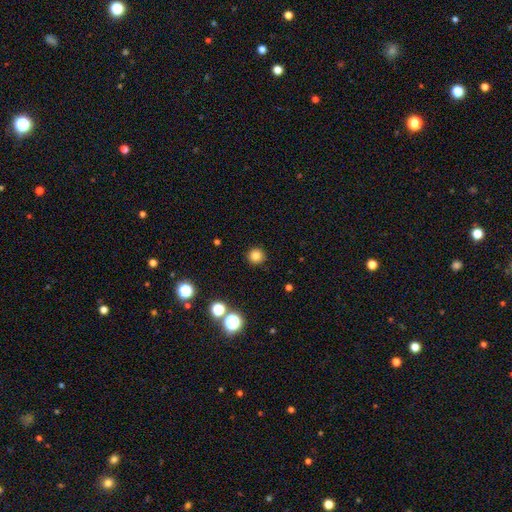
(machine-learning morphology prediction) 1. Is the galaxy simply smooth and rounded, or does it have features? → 81% smooth, 14% star or artifact, 5% featured or disk.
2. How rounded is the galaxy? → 95% round, 4% in between, 1% cigar-shaped.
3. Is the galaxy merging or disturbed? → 92% none, 5% minor disturbance, 2% major disturbance, 1% merger.